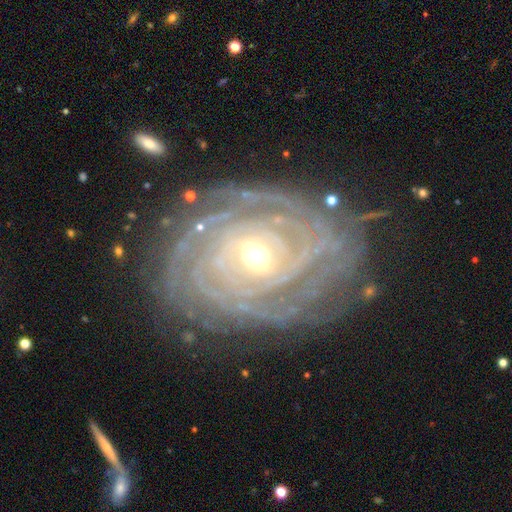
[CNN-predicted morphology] The model was most divided on "spiral arm count": can't tell: 26%, 4: 18%, 3: 17%, more than 4: 17%, 2: 14%, 1: 7%. More confident: spiral arms — yes (97%); edge-on disk — no (96%); smooth or featured — featured or disk (91%); spiral winding — tight (86%); merging — none (77%); bulge size — moderate (61%); bar — no (57%).